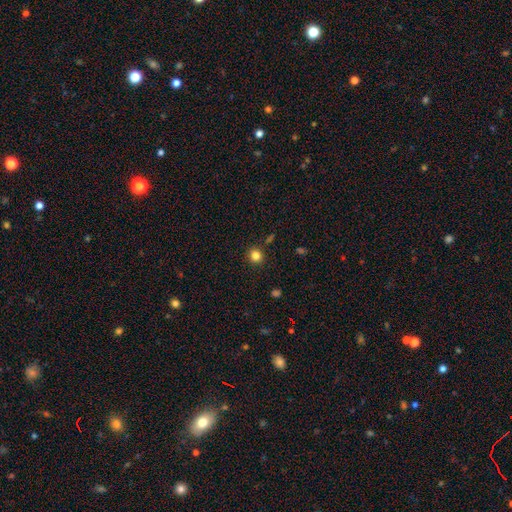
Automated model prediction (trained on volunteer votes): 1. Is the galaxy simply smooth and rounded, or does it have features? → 82% smooth, 13% star or artifact, 5% featured or disk.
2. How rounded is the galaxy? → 88% round, 11% in between, 1% cigar-shaped.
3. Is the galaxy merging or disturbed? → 89% none, 6% minor disturbance, 2% merger, 2% major disturbance.